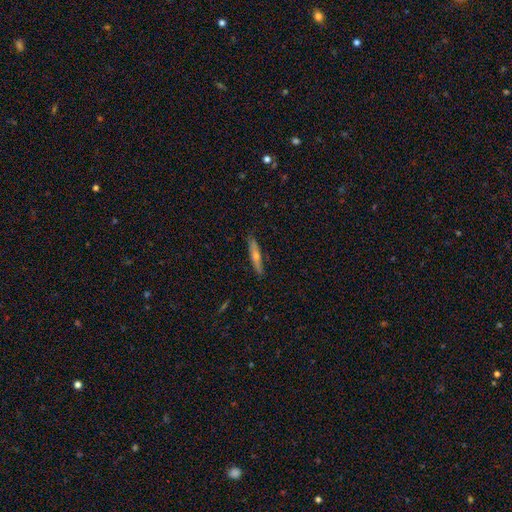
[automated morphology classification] This appears to be a featured or disk galaxy (53%) viewed edge-on (92%). Merging: none (87%).